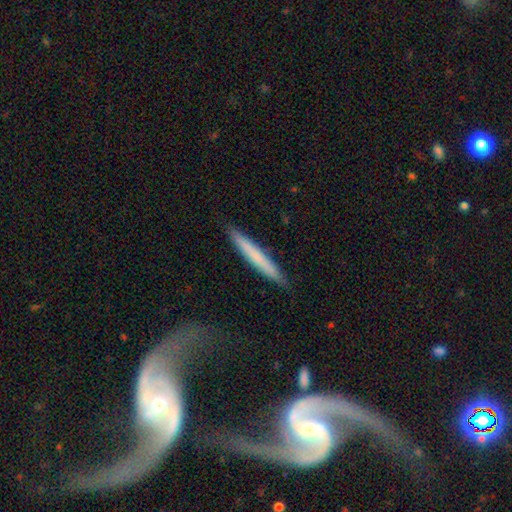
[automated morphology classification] smooth 68%, featured or disk 26%, star or artifact 6%. Down the decision tree: how rounded — cigar-shaped (96%); merging — none (90%).